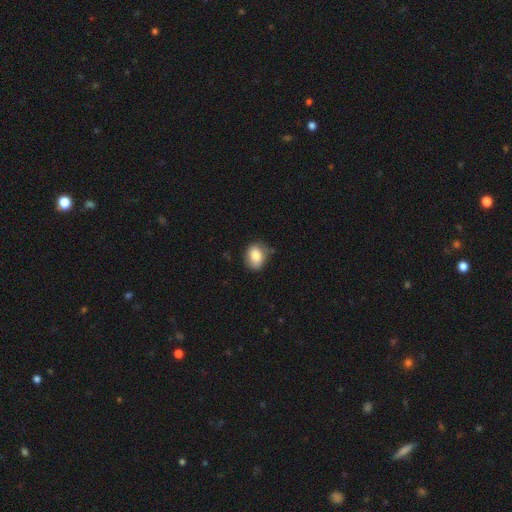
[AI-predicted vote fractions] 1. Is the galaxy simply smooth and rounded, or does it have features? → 82% smooth, 10% featured or disk, 8% star or artifact.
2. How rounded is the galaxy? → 61% in between, 37% round, 1% cigar-shaped.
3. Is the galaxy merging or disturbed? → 69% none, 24% minor disturbance, 5% major disturbance, 2% merger.